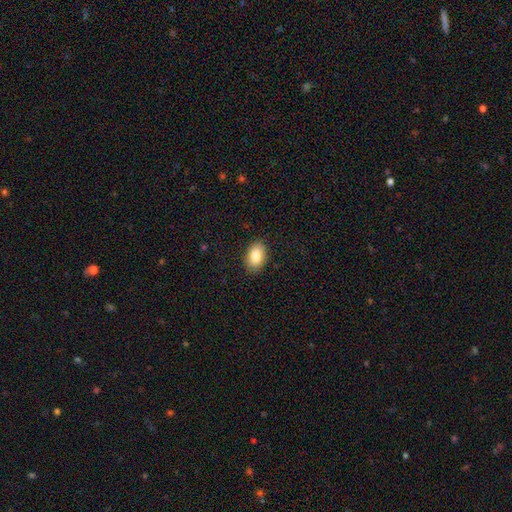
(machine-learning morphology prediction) type=smooth (86%); roundness=in between (90%); merging=none (88%).